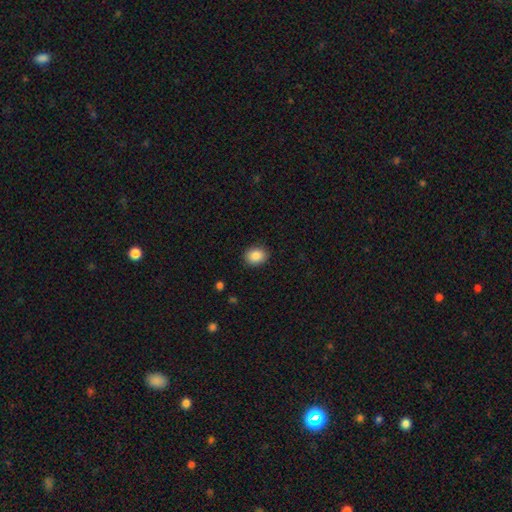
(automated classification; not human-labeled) The model was most divided on "how rounded": round: 51%, in between: 49%, cigar-shaped: 1%. More confident: merging — none (89%); smooth or featured — smooth (87%).